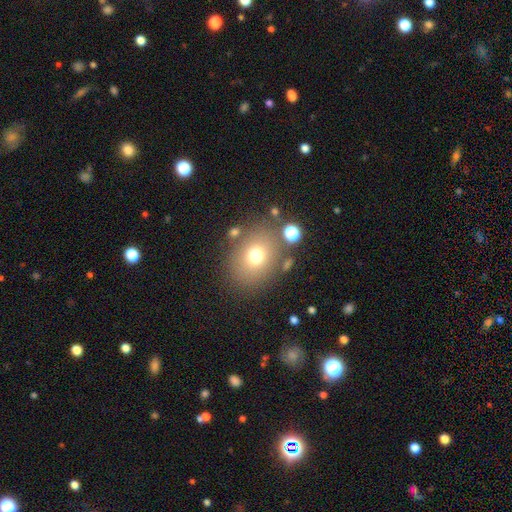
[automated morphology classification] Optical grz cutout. It shows a smooth galaxy with no disk features (70%) that is round (51%). Merging: none (77%).